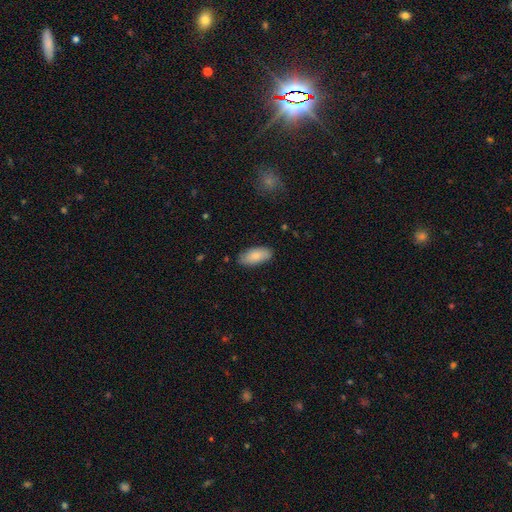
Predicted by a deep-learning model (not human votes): Overall: smooth (84%). How rounded: in between (91%). Merging: none (85%).